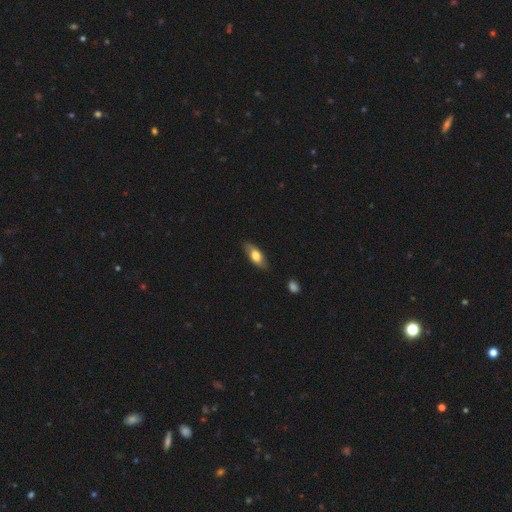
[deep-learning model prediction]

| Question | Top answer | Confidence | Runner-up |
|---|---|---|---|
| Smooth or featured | smooth | 69% | featured or disk (25%) |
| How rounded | in between | 79% | cigar-shaped (18%) |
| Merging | none | 83% | minor disturbance (14%) |